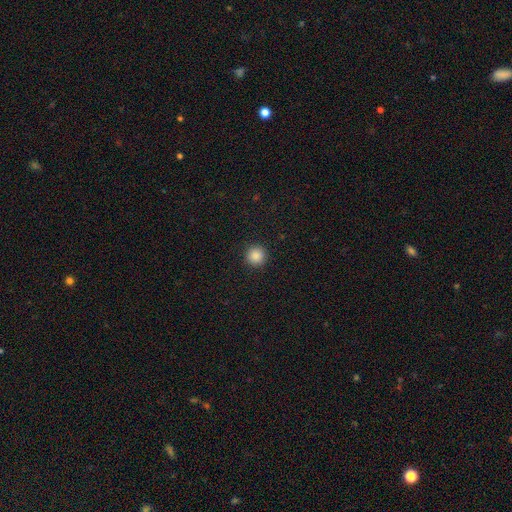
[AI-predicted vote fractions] Smooth or featured? smooth (87%)
How rounded? round (96%)
Merging? none (93%)